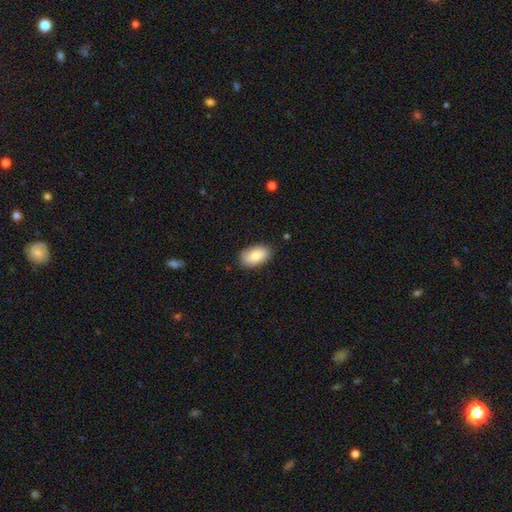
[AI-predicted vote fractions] Q: Smooth or featured?
A: smooth (84%); runner-up: featured or disk (10%)
Q: How rounded?
A: in between (94%); runner-up: round (5%)
Q: Merging?
A: none (82%); runner-up: minor disturbance (14%)